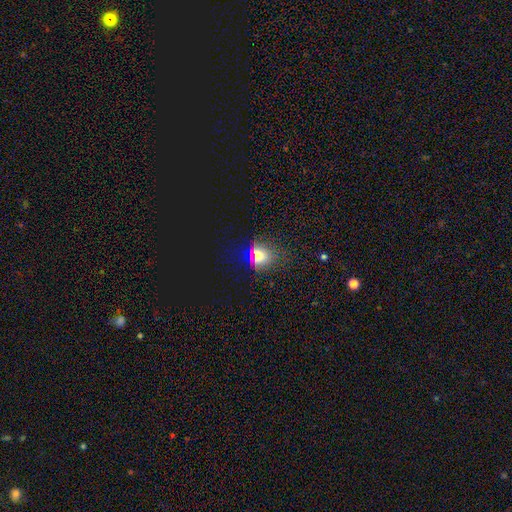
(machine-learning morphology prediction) Smooth or featured: smooth — 60% (star or artifact — 32%)
How rounded: round — 72% (in between — 25%)
Merging: none — 78% (minor disturbance — 13%)